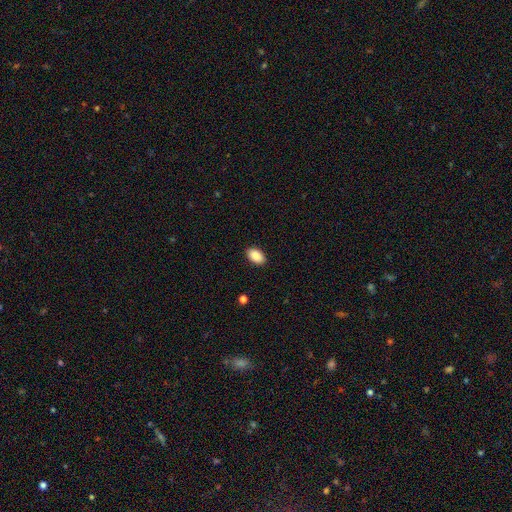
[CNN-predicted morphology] A smooth galaxy with no disk features (90%) that is in between round and cigar-shaped (93%). Merging: none (89%).